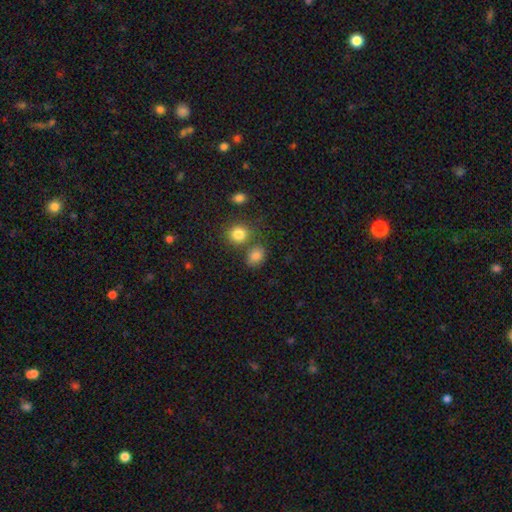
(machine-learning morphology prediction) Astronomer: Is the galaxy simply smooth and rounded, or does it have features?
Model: smooth — 81%.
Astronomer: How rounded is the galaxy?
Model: round — 52% (runner-up: in between, 47%).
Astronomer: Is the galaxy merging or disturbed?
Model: none — 63%.